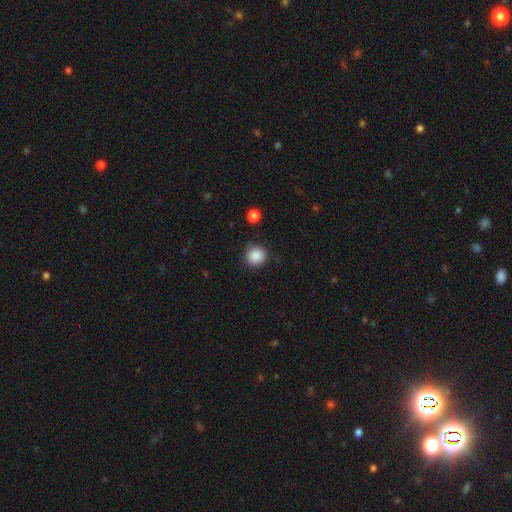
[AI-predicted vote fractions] A smooth galaxy with no disk features (88%) that is round (90%).

Vote fractions:
- Smooth or featured? smooth: 88% / star or artifact: 9% / featured or disk: 3%
- How rounded? round: 90% / in between: 9% / cigar-shaped: 1%
- Merging? none: 87% / minor disturbance: 9% / major disturbance: 3% / merger: 2%